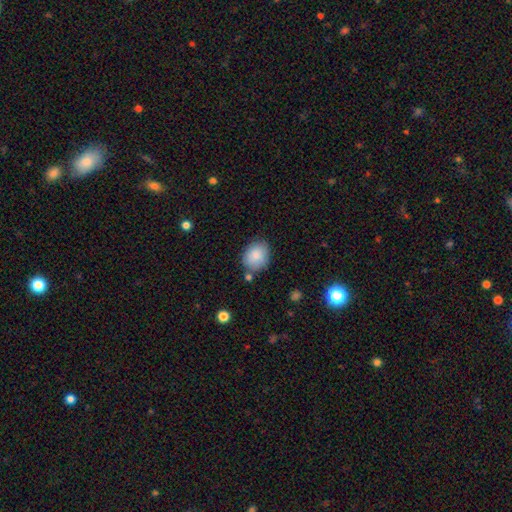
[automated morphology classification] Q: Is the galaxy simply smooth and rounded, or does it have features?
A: smooth — 86%.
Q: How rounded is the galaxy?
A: in between — 57%.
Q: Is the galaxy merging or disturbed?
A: none — 74%.